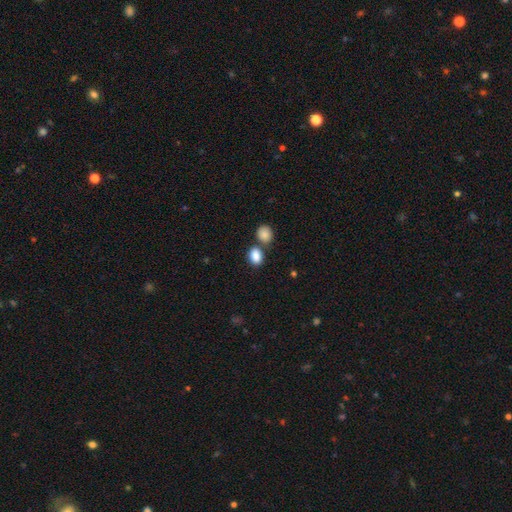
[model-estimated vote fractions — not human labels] A smooth galaxy with no disk features (87%) that is in between round and cigar-shaped (70%). Merging: none (60%).